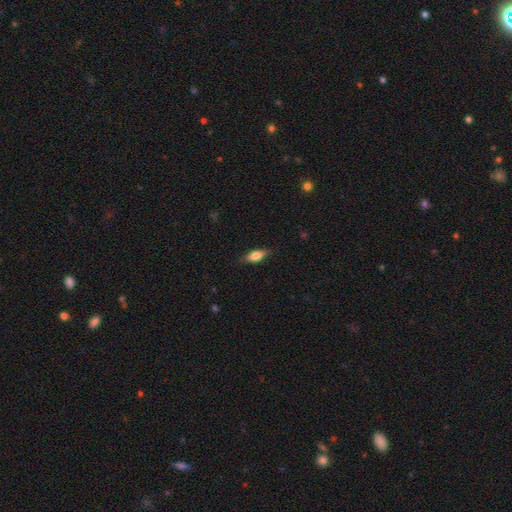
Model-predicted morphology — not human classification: A smooth galaxy with no disk features (73%) that is in between round and cigar-shaped (73%).

Vote fractions:
- Smooth or featured? smooth: 73% / featured or disk: 20% / star or artifact: 7%
- How rounded? in between: 73% / cigar-shaped: 24% / round: 3%
- Merging? none: 81% / minor disturbance: 15% / major disturbance: 3% / merger: 1%